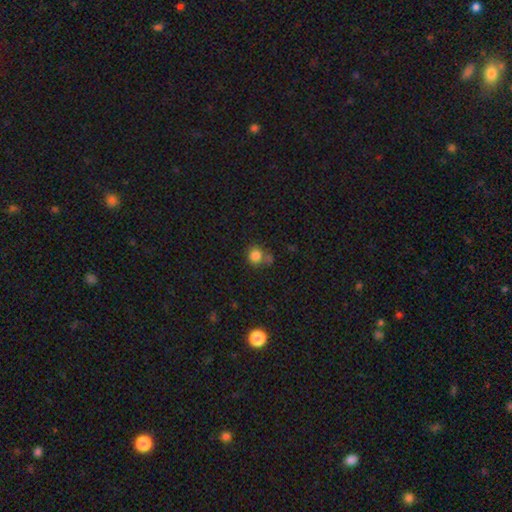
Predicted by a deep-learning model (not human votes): Smooth or featured? smooth (82%)
How rounded? round (85%)
Merging? none (58%)